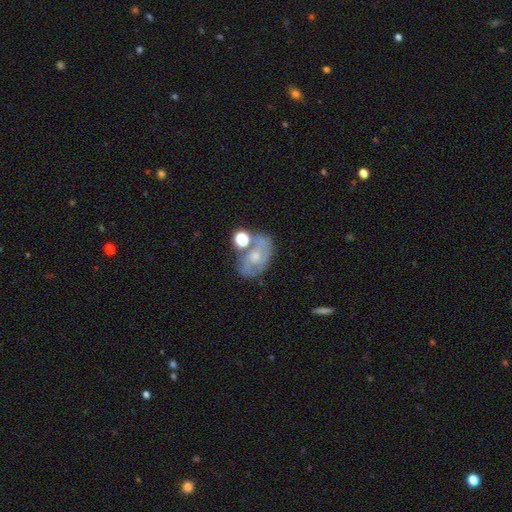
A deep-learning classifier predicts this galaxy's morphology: Smooth or featured: featured or disk — 66% (smooth — 24%)
Edge-on disk: no — 96% (yes — 4%)
Bar: no — 67% (weak — 27%)
Spiral arms: yes — 79% (no — 21%)
Spiral winding: medium — 45% (tight — 38%)
Spiral arm count: 2 — 67% (can't tell — 22%)
Bulge size: small — 48% (moderate — 42%)
Merging: none — 56% (minor disturbance — 18%)